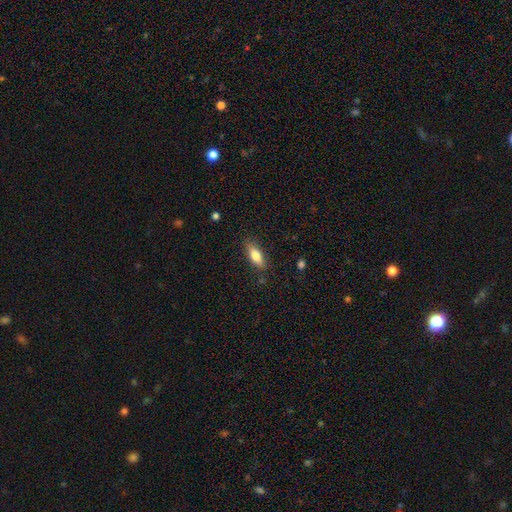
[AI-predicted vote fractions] This appears to be a smooth galaxy with no disk features (76%) that is in between round and cigar-shaped (68%). Merging: none (84%).